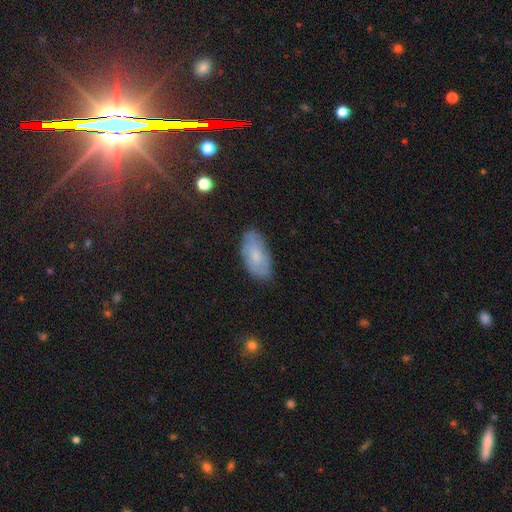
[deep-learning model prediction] Q: Smooth or featured?
A: smooth (65%); runner-up: featured or disk (28%)
Q: How rounded?
A: in between (93%); runner-up: cigar-shaped (4%)
Q: Merging?
A: none (76%); runner-up: minor disturbance (19%)